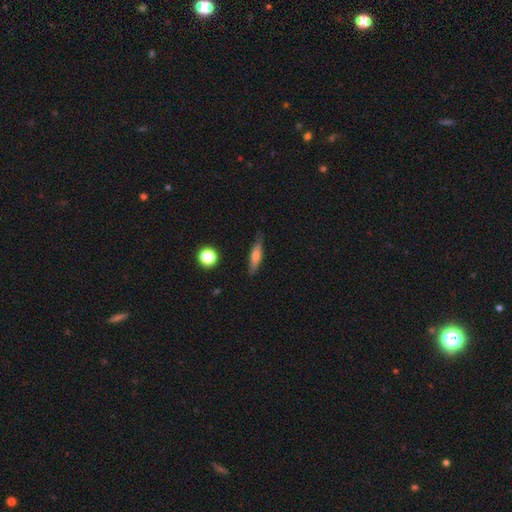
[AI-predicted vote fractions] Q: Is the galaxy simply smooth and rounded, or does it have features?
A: smooth — 61%.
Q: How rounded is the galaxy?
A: cigar-shaped — 70%.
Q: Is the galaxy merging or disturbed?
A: none — 81%.